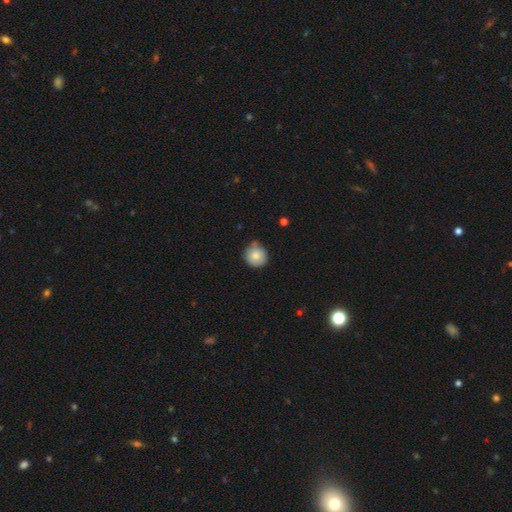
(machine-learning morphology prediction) Smooth or featured: smooth — 82% (featured or disk — 10%)
How rounded: round — 92% (in between — 7%)
Merging: none — 70% (minor disturbance — 22%)